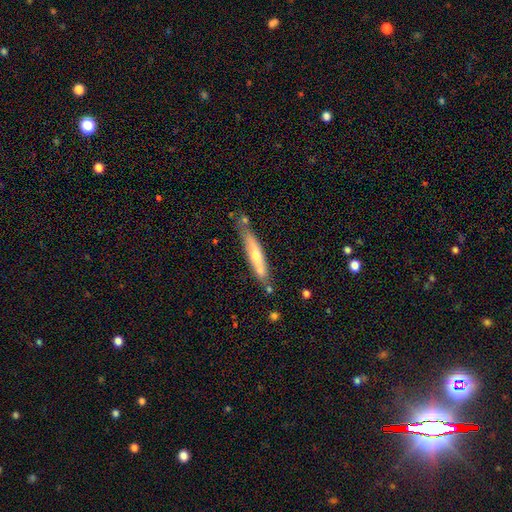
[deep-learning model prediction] Overall: smooth (48%; featured or disk 46%). Merging: none (67%).